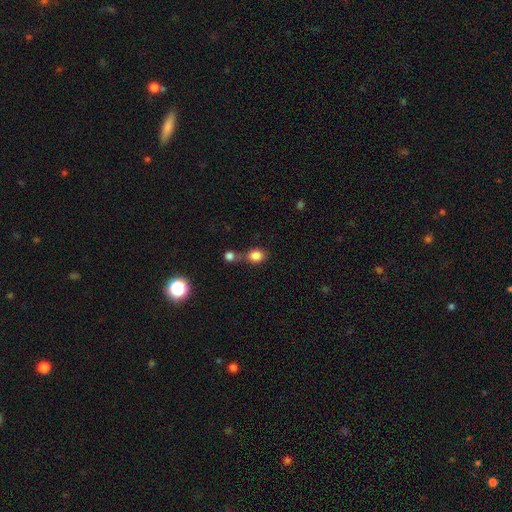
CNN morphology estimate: Smooth or featured: smooth — 83% (star or artifact — 10%)
How rounded: round — 49% (tied with in between — 49%)
Merging: merger — 42% (tied with none — 42%)